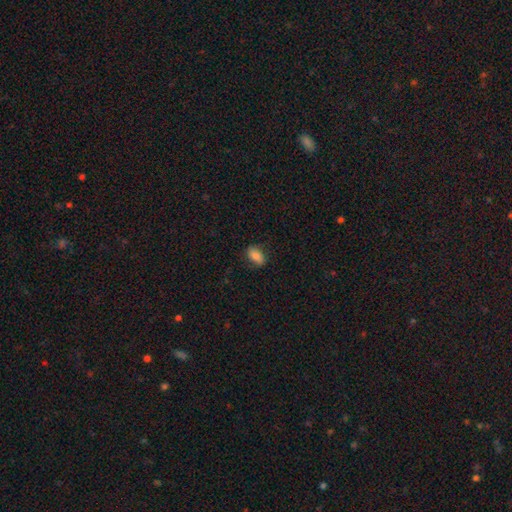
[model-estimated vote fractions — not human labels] smooth-or-featured: smooth: 82% | featured or disk: 10% | star or artifact: 8%
  how-rounded: in between: 89% | round: 8% | cigar-shaped: 3%
  merging: none: 79% | minor disturbance: 16% | major disturbance: 4% | merger: 1%